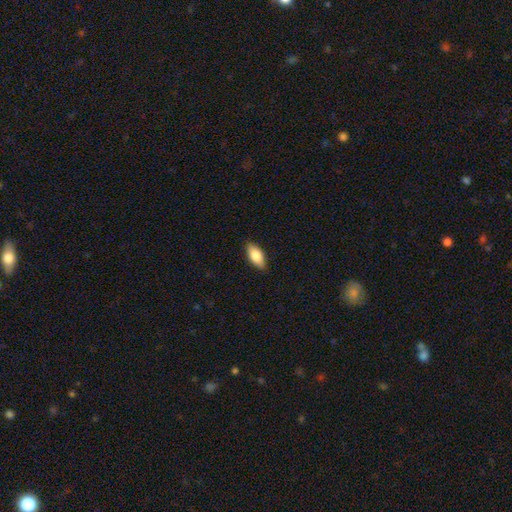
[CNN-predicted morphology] Smooth or featured? smooth (80%)
How rounded? in between (87%)
Merging? none (88%)